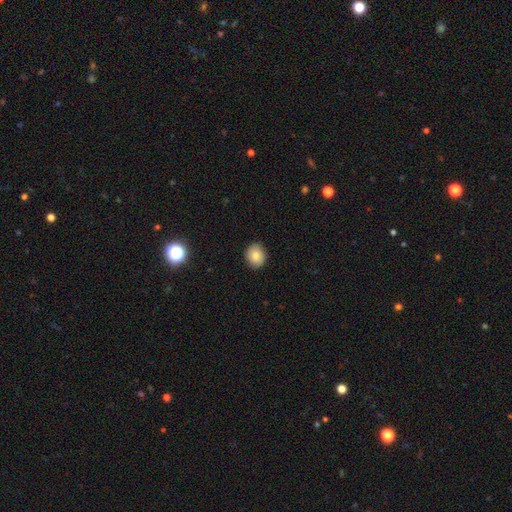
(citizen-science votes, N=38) Smooth or featured?
  - smooth: 87% *
  - featured or disk: 8%
  - star or artifact: 5%
How rounded?
  - round: 55% *
  - in between: 45%
  - cigar-shaped: 0%
Merging?
  - none: 83% *
  - minor disturbance: 14%
  - major disturbance: 3%
  - merger: 0%